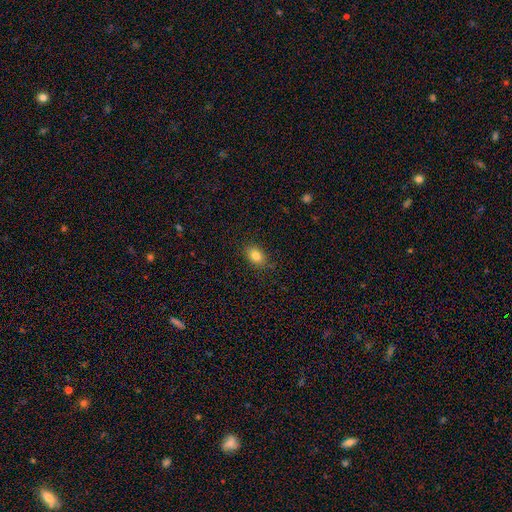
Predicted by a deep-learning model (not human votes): Smooth or featured? Predicted: smooth (p=0.84). How rounded? Predicted: in between (p=0.79). Merging? Predicted: none (p=0.84).